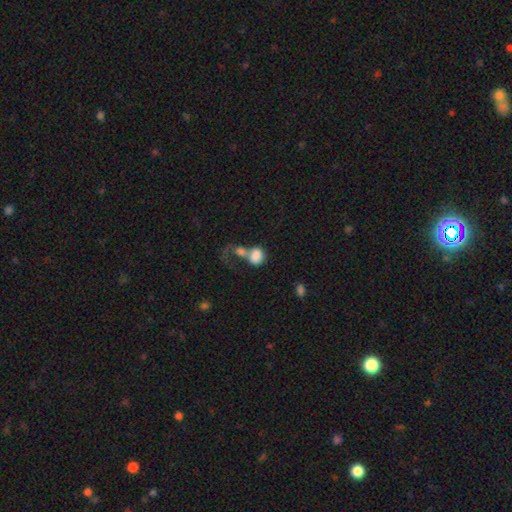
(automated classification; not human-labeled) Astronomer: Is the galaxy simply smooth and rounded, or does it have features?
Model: smooth — 77%.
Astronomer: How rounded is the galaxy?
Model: in between — 50% (runner-up: round, 48%).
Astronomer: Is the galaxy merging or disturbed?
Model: merger — 60%.